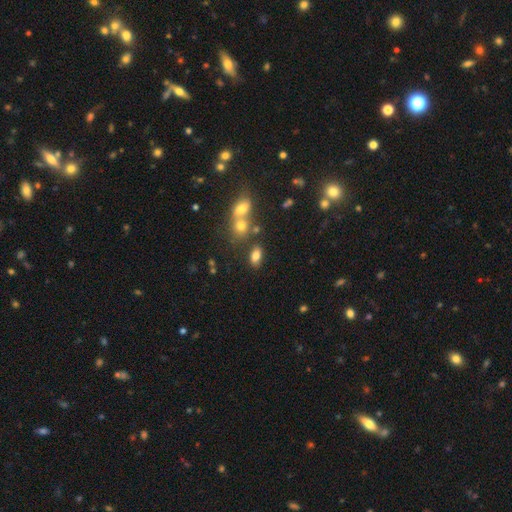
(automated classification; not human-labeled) A smooth galaxy with no disk features (79%) that is in between round and cigar-shaped (87%).

Vote fractions:
- Smooth or featured? smooth: 79% / star or artifact: 12% / featured or disk: 9%
- How rounded? in between: 87% / round: 10% / cigar-shaped: 3%
- Merging? none: 69% / merger: 16% / minor disturbance: 11% / major disturbance: 4%